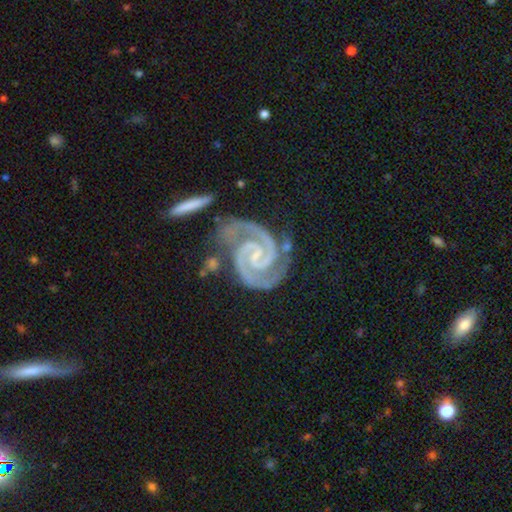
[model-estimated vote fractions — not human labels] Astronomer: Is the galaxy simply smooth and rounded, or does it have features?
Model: featured or disk — 94%.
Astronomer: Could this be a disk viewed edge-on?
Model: no — 98%.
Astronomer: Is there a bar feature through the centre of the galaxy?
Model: weak — 39% (runner-up: no, 37%).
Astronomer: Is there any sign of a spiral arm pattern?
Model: yes — 99%.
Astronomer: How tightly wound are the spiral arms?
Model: tight — 67%.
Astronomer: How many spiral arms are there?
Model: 2 — 94%.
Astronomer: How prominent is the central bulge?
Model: small — 61%.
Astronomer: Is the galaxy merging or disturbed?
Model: none — 69%.